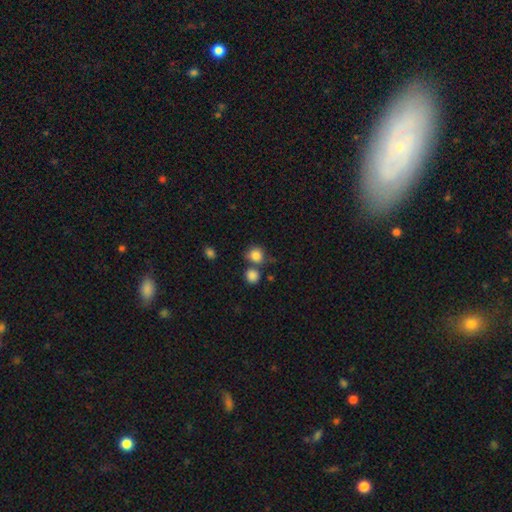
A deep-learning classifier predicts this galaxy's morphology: Smooth or featured?
  - smooth: 84% *
  - star or artifact: 11%
  - featured or disk: 6%
How rounded?
  - round: 86% *
  - in between: 13%
  - cigar-shaped: 1%
Merging?
  - none: 62% *
  - merger: 23%
  - minor disturbance: 11%
  - major disturbance: 4%